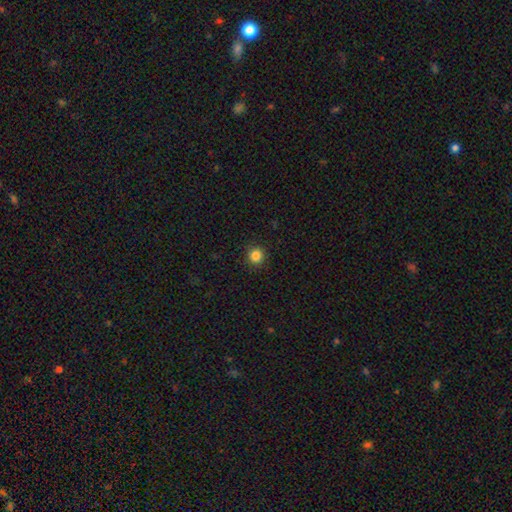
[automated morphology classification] Smooth or featured? Predicted: smooth (p=0.85). How rounded? Predicted: round (p=0.93). Merging? Predicted: none (p=0.92).